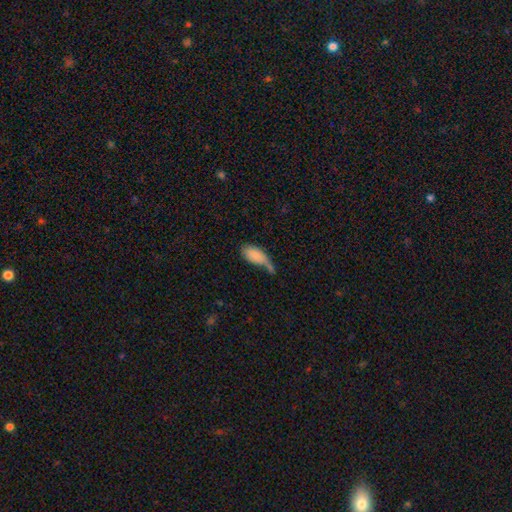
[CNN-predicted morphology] This appears to be a smooth galaxy with no disk features (82%) that is in between round and cigar-shaped (92%). Merging: none (30%).